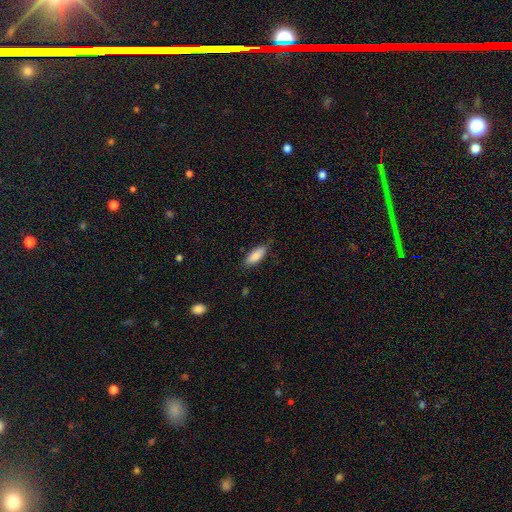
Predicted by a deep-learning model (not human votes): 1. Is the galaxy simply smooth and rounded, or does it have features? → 86% smooth, 8% featured or disk, 6% star or artifact.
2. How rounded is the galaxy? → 74% in between, 24% cigar-shaped, 2% round.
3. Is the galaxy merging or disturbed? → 75% none, 19% minor disturbance, 4% major disturbance, 1% merger.